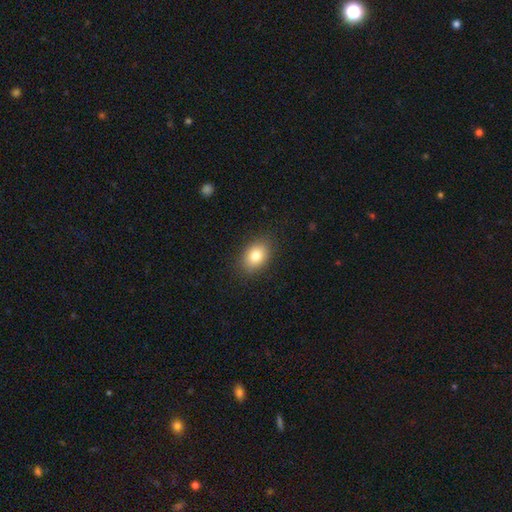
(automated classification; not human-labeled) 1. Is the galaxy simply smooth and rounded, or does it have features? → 81% smooth, 10% featured or disk, 9% star or artifact.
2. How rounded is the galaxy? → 75% in between, 24% round, 1% cigar-shaped.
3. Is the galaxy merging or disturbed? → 87% none, 10% minor disturbance, 3% major disturbance, 1% merger.